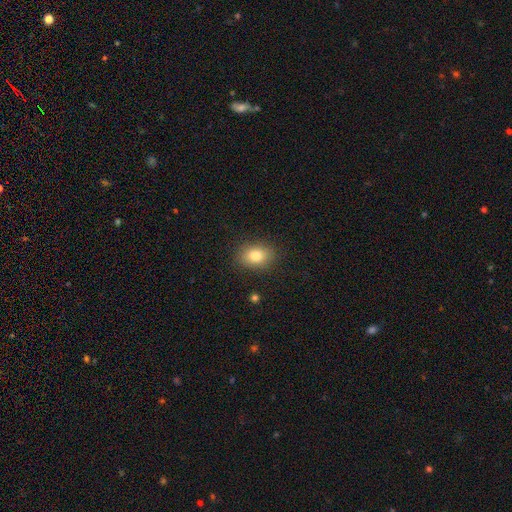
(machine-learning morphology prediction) type=smooth (79%); roundness=in between (67%); merging=none (87%).